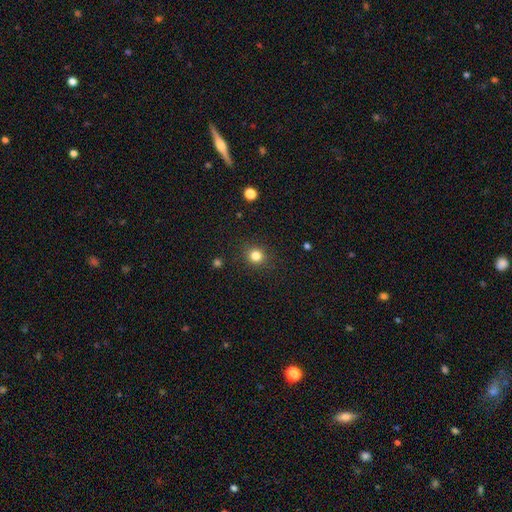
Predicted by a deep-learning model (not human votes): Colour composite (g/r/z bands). It shows a smooth galaxy with no disk features (82%) that is round (87%). Merging: none (89%).